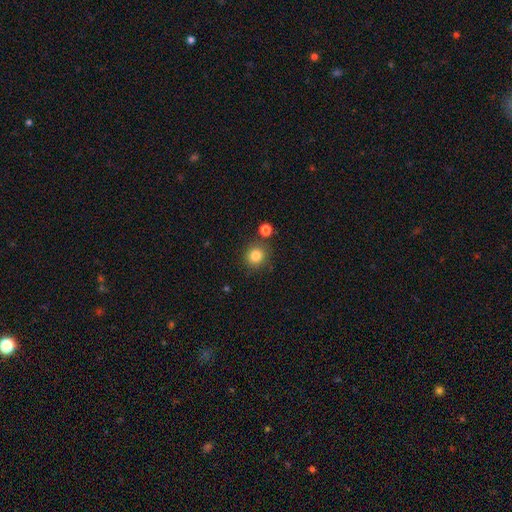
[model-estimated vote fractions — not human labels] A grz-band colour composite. It shows a smooth galaxy with no disk features (83%) that is round (88%). Merging: none (80%).